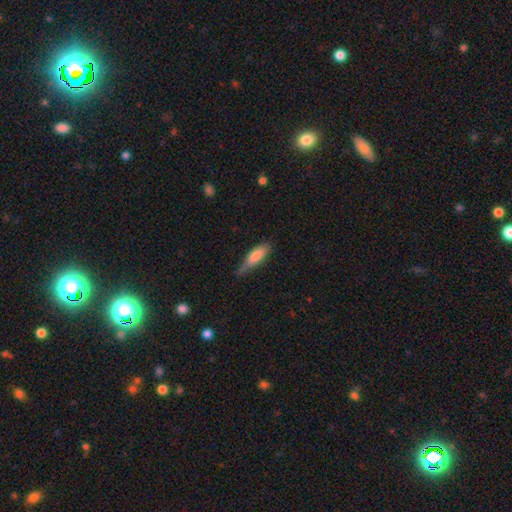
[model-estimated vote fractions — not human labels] A smooth galaxy with no disk features (77%) that is cigar-shaped (55%). Merging: none (47%).